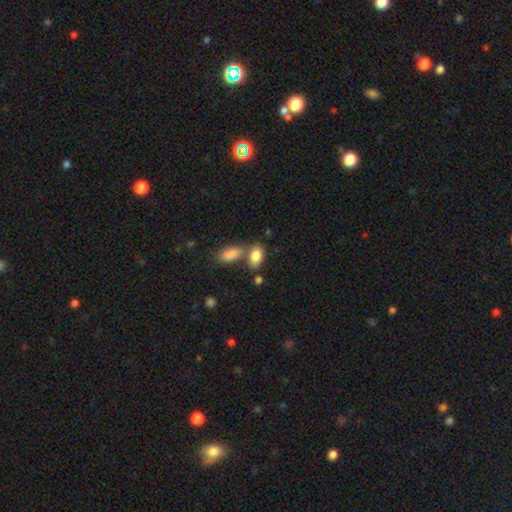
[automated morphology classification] smooth_or_featured: smooth (p=0.84) [alt: featured or disk p=0.08]
how_rounded: in between (p=0.89) [alt: round p=0.08]
merging: none (p=0.50) [alt: merger p=0.33]